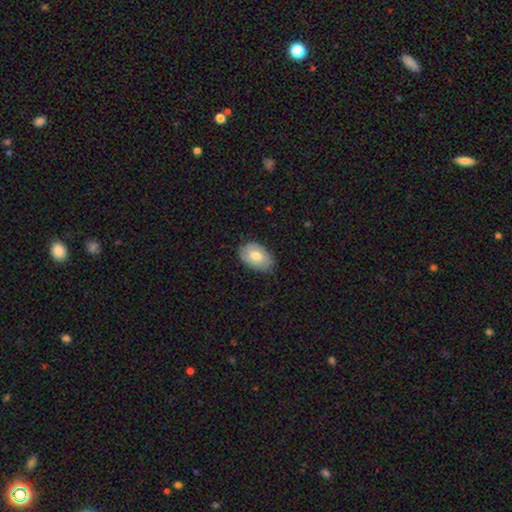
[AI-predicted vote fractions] Morphology: type=smooth (65%); roundness=in between (90%); merging=none (74%).